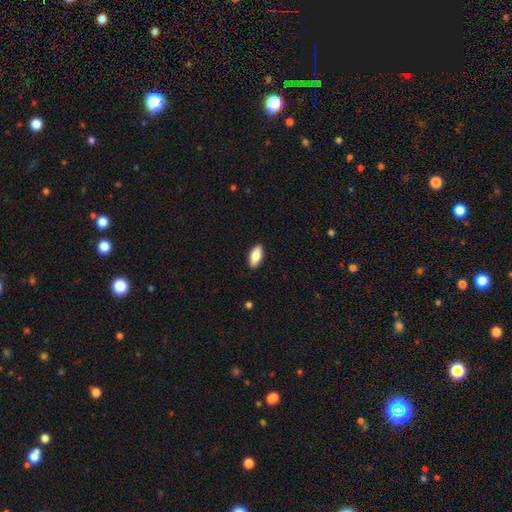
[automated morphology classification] Smooth or featured? Predicted: smooth (p=0.78). How rounded? Predicted: in between (p=0.84). Merging? Predicted: none (p=0.90).